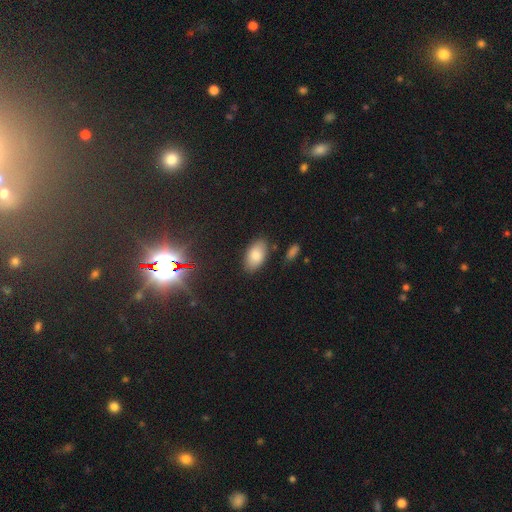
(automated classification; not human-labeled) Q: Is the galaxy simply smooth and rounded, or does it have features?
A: smooth — 82%.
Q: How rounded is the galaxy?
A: in between — 94%.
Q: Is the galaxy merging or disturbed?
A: none — 83%.